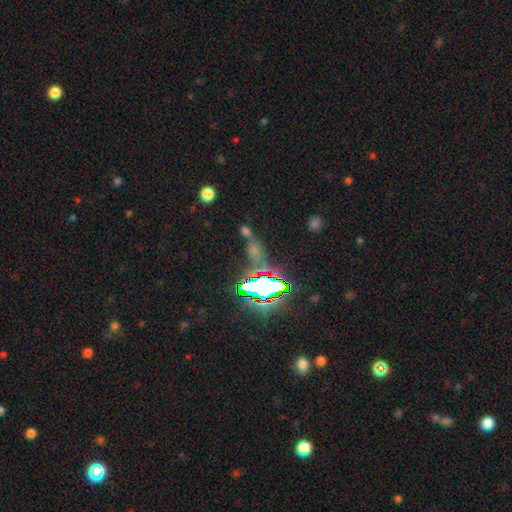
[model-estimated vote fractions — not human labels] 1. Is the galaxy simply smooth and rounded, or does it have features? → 67% star or artifact, 21% smooth, 11% featured or disk.